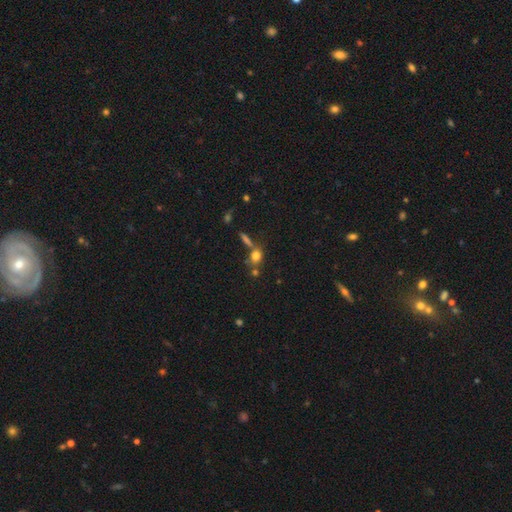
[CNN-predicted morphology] smooth 73%, star or artifact 15%, featured or disk 12%. Down the decision tree: how rounded — round (53%); merging — none (53%).